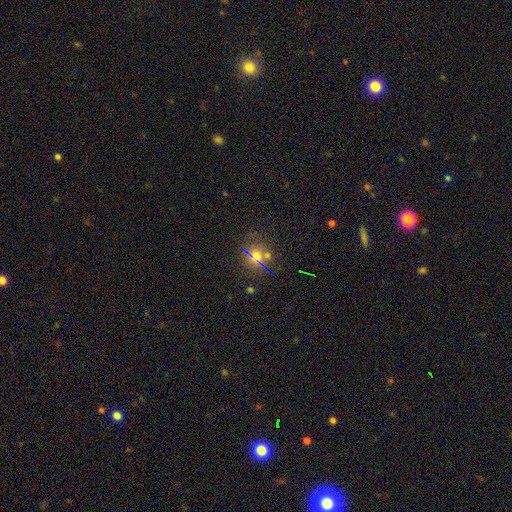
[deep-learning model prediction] star or artifact 47%, smooth 41%, featured or disk 12%.